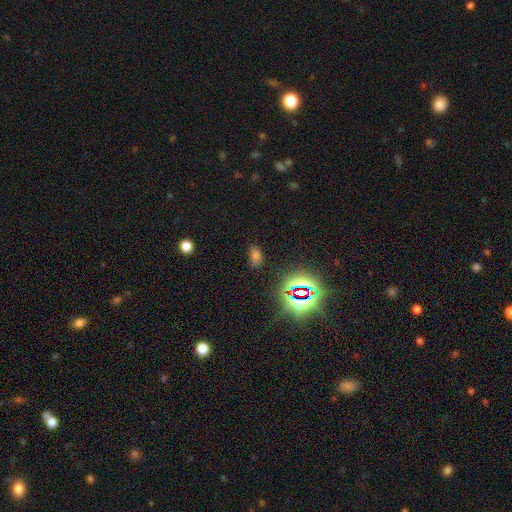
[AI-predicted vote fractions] Smooth or featured? smooth (56%)
How rounded? in between (86%)
Merging? none (72%)